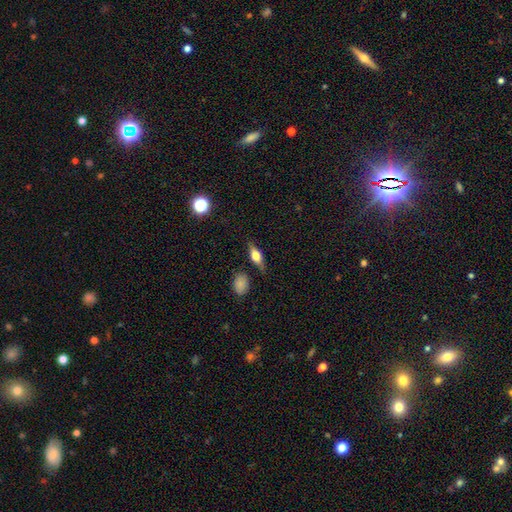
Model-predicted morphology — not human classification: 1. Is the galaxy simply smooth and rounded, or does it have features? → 46% smooth, 45% featured or disk, 9% star or artifact.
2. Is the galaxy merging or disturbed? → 79% none, 14% minor disturbance, 4% major disturbance, 3% merger.